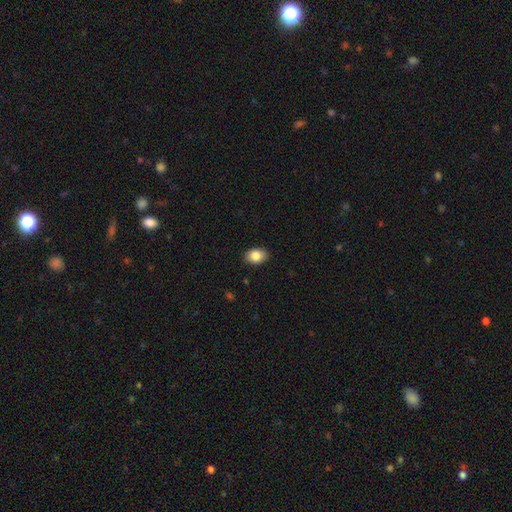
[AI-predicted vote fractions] Smooth or featured? Predicted: smooth (p=0.85). How rounded? Predicted: in between (p=0.82). Merging? Predicted: none (p=0.88).